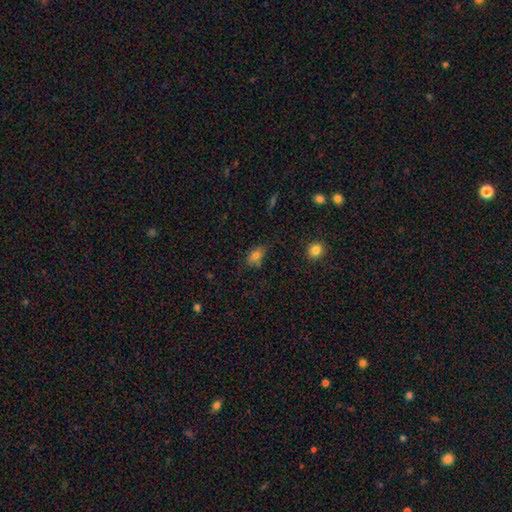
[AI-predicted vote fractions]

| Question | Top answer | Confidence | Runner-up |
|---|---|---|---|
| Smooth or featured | smooth | 76% | star or artifact (14%) |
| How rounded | in between | 74% | round (23%) |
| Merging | none | 59% | minor disturbance (28%) |